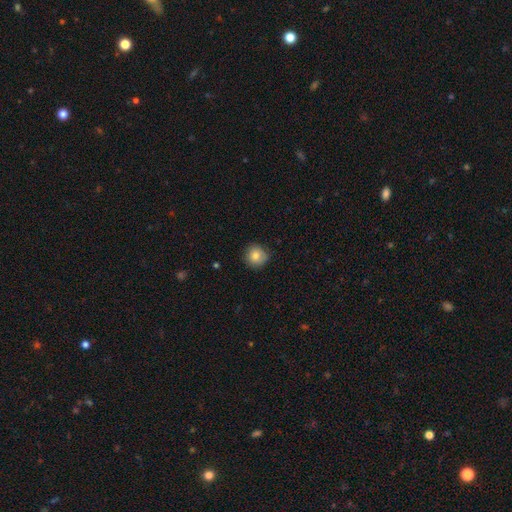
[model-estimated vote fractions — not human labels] Q: Smooth or featured?
A: smooth (82%); runner-up: star or artifact (9%)
Q: How rounded?
A: round (93%); runner-up: in between (6%)
Q: Merging?
A: none (84%); runner-up: minor disturbance (12%)